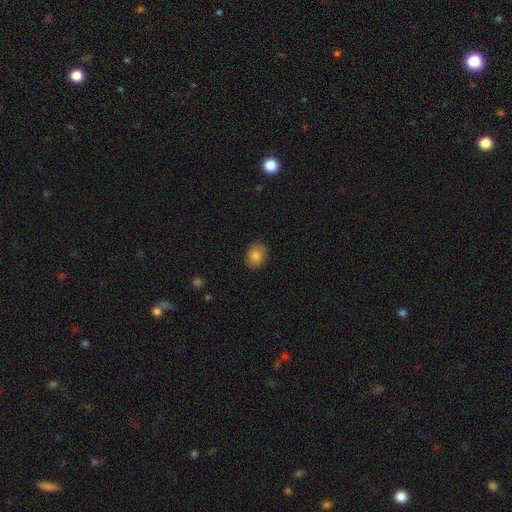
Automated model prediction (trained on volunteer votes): Smooth or featured? Predicted: smooth (p=0.84). How rounded? Predicted: round (p=0.51). Merging? Predicted: none (p=0.87).